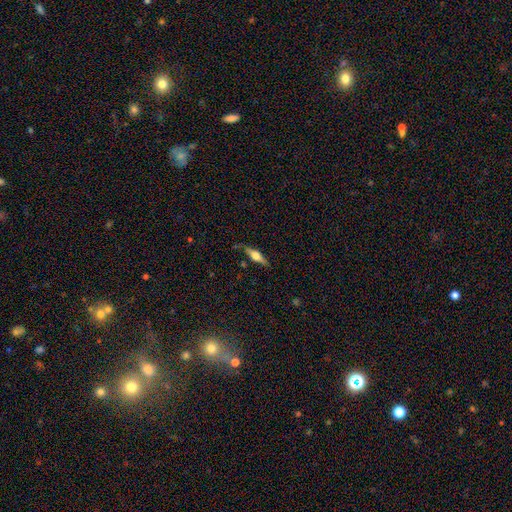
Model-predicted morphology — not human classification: This is likely a featured or disk galaxy (63%). It is clearly viewed edge-on (96%). Edge-on bulge: clearly rounded (91%). Merging: likely none (77%).